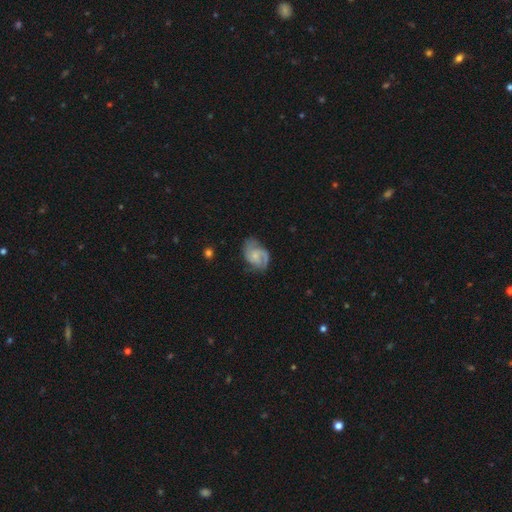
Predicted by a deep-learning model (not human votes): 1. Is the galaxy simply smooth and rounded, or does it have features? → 77% featured or disk, 17% smooth, 6% star or artifact.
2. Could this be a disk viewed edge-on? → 98% no, 2% yes.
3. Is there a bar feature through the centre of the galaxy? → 60% no, 35% weak, 5% strong.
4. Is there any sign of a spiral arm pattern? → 95% yes, 5% no.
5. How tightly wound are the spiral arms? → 50% medium, 30% tight, 20% loose.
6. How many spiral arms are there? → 68% 2, 12% 3, 11% can't tell, 5% 1, 2% 4, 2% more than 4.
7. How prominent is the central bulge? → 58% small, 24% moderate, 15% none, 2% large, 1% dominant.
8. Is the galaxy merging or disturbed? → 62% none, 24% minor disturbance, 12% major disturbance, 2% merger.